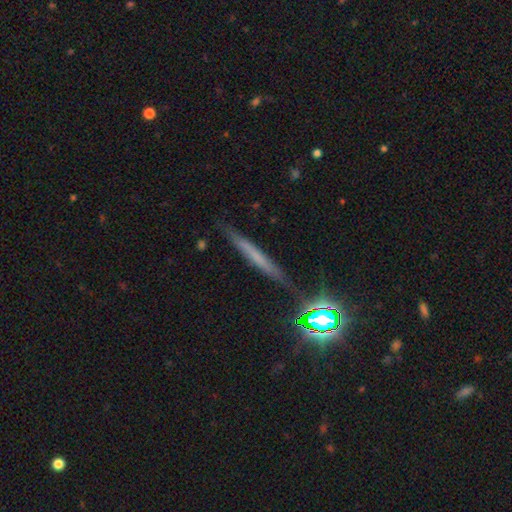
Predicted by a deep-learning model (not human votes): A smooth galaxy with no disk features (45%).

Vote fractions:
- Smooth or featured? smooth: 45% / featured or disk: 38% / star or artifact: 17%
- Merging? none: 84% / minor disturbance: 11% / major disturbance: 3% / merger: 2%